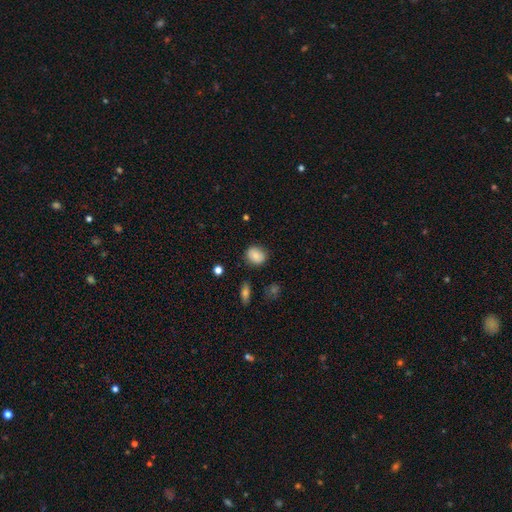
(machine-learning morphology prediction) Smooth or featured: smooth — 82% (featured or disk — 9%)
How rounded: round — 60% (in between — 39%)
Merging: none — 82% (minor disturbance — 13%)